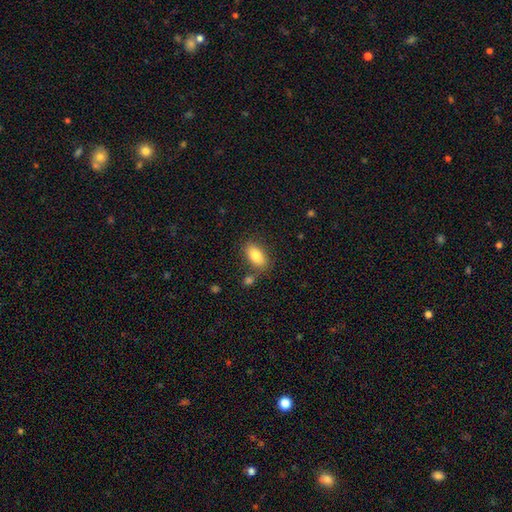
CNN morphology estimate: A smooth galaxy with no disk features (82%) that is in between round and cigar-shaped (90%). Merging: none (75%).